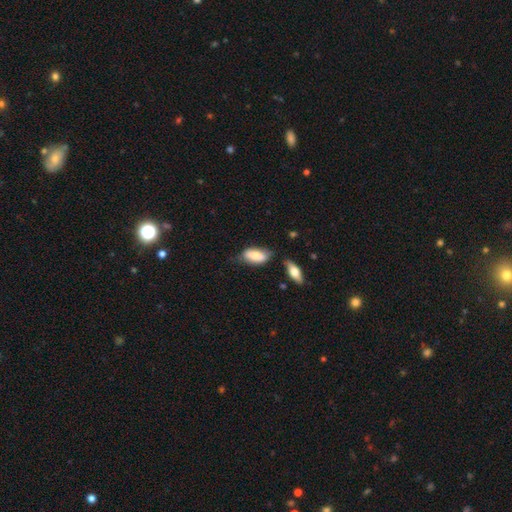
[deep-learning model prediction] The model was most divided on "merging": none: 54%, minor disturbance: 29%, merger: 9%, major disturbance: 8%. More confident: how rounded — in between (85%); smooth or featured — smooth (73%).